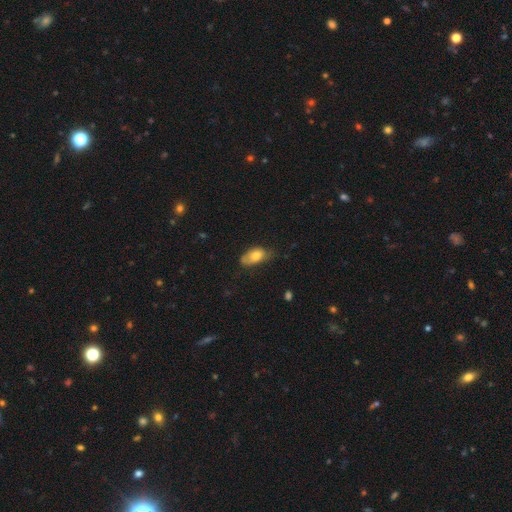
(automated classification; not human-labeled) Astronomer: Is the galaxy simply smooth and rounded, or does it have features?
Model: smooth — 73%.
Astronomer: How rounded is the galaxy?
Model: in between — 90%.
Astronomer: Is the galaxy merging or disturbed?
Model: none — 46% (runner-up: minor disturbance, 39%).